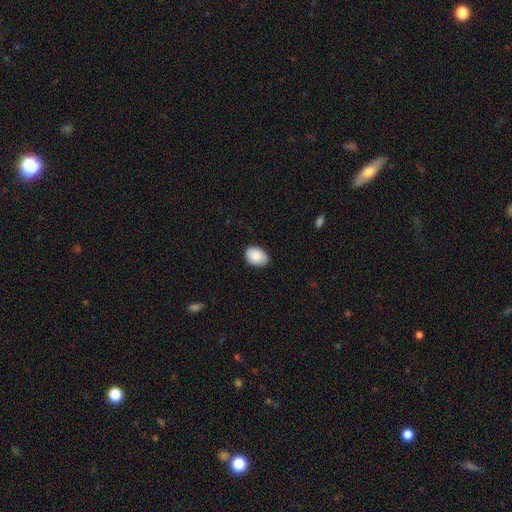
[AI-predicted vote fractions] Q: Smooth or featured?
A: smooth (88%); runner-up: star or artifact (7%)
Q: How rounded?
A: in between (80%); runner-up: round (19%)
Q: Merging?
A: none (81%); runner-up: minor disturbance (16%)